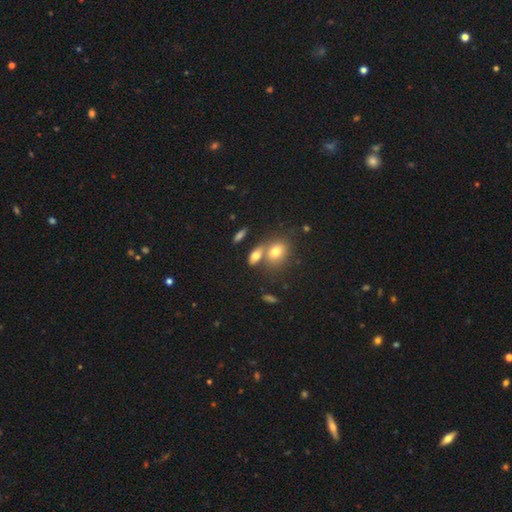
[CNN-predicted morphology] Smooth or featured: smooth — 71% (featured or disk — 19%)
How rounded: in between — 73% (round — 18%)
Merging: none — 52% (merger — 33%)